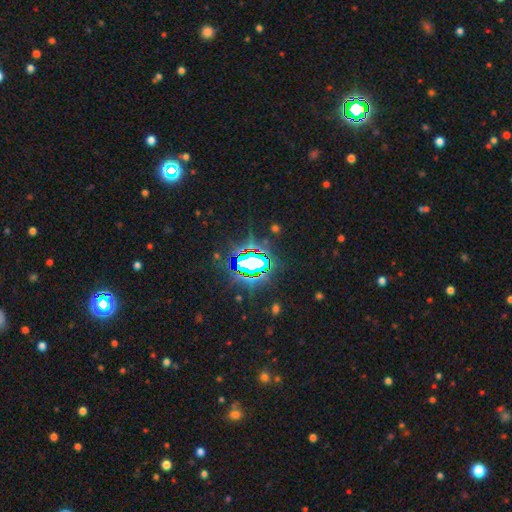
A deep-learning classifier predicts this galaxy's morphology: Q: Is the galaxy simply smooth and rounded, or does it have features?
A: star or artifact — 82%.